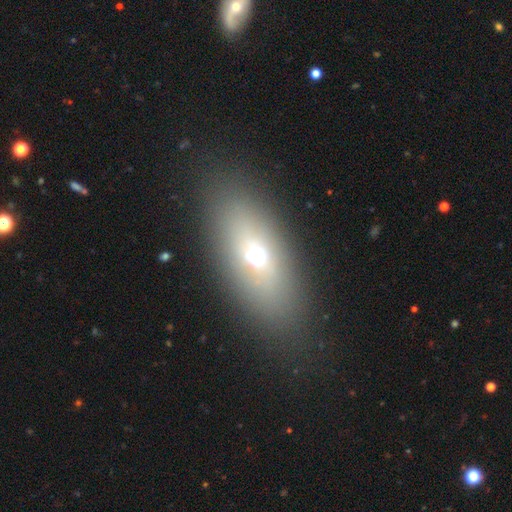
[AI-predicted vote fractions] Q: Smooth or featured?
A: smooth (57%); runner-up: featured or disk (28%)
Q: How rounded?
A: in between (76%); runner-up: cigar-shaped (13%)
Q: Merging?
A: none (82%); runner-up: minor disturbance (10%)